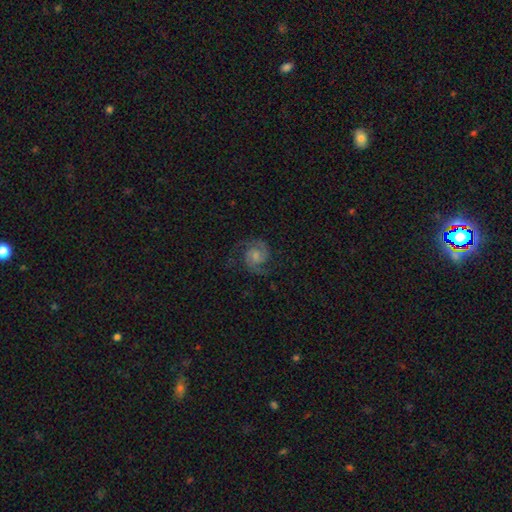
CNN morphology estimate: type=featured or disk (88%); edge-on=no (98%); bar=no (53%); spiral arms=yes (98%); winding=medium (55%); arm count=2 (92%); bulge=small (36%); merging=none (76%).